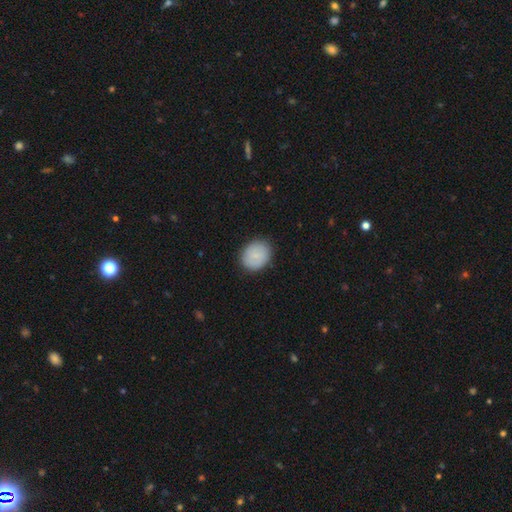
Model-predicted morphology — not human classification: Smooth or featured? smooth (78%)
How rounded? round (61%)
Merging? none (85%)